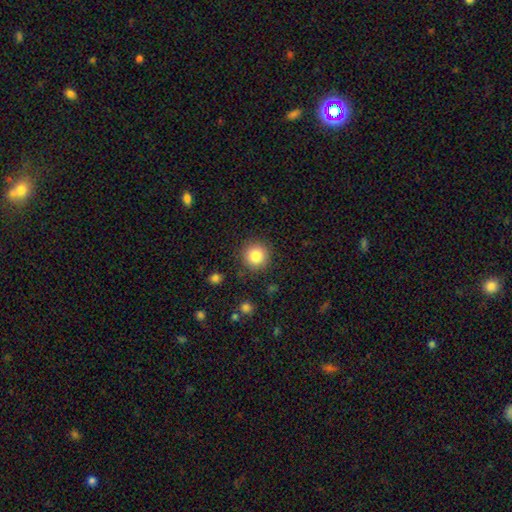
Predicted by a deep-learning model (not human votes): This is clearly a smooth galaxy (84%). How rounded: clearly round (94%). Merging: clearly none (89%).